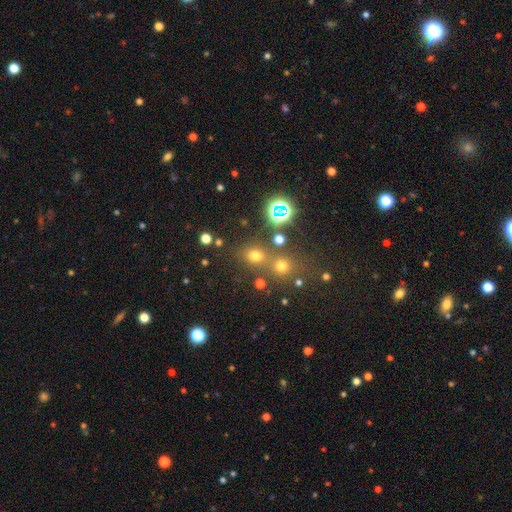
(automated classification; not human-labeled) Smooth or featured: smooth — 62% (star or artifact — 30%)
How rounded: round — 69% (in between — 30%)
Merging: none — 62% (merger — 23%)